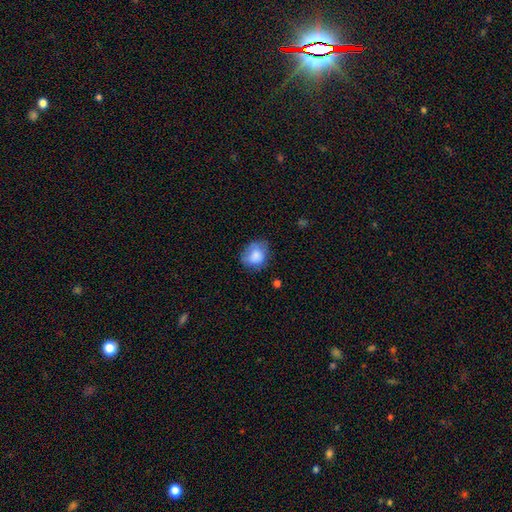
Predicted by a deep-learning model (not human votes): This is clearly a smooth galaxy (80%). How rounded: likely round (62%). Merging: likely none (60%).